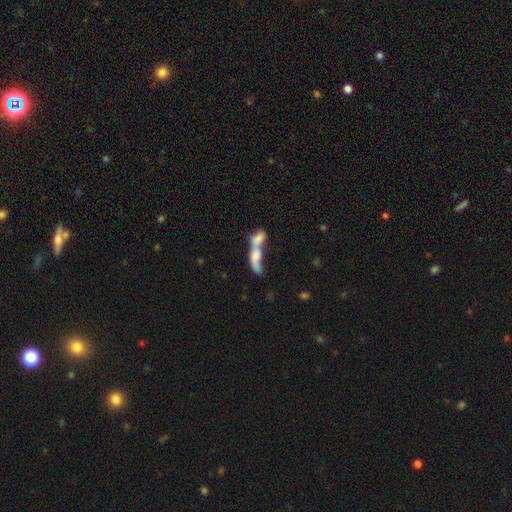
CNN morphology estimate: Q: Smooth or featured?
A: smooth (61%); runner-up: featured or disk (29%)
Q: How rounded?
A: in between (57%); runner-up: cigar-shaped (36%)
Q: Merging?
A: merger (79%); runner-up: none (9%)